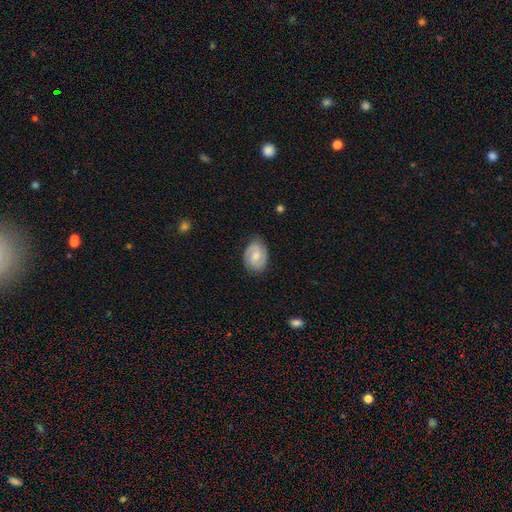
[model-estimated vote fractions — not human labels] smooth-or-featured: featured or disk: 66% | smooth: 28% | star or artifact: 6%
  disk-edge-on: no: 97% | yes: 3%
    bar: weak: 49% | no: 42% | strong: 9%
    has-spiral-arms: yes: 92% | no: 8%
      spiral-winding: medium: 45% | tight: 41% | loose: 14%
      spiral-arm-count: 2: 87% | can't tell: 7% | 1: 2% | 3: 2% | 4: 1% | more than 4: 1%
    bulge-size: moderate: 53% | small: 36% | none: 6% | large: 3% | dominant: 1%
  merging: none: 80% | minor disturbance: 15% | major disturbance: 3% | merger: 1%